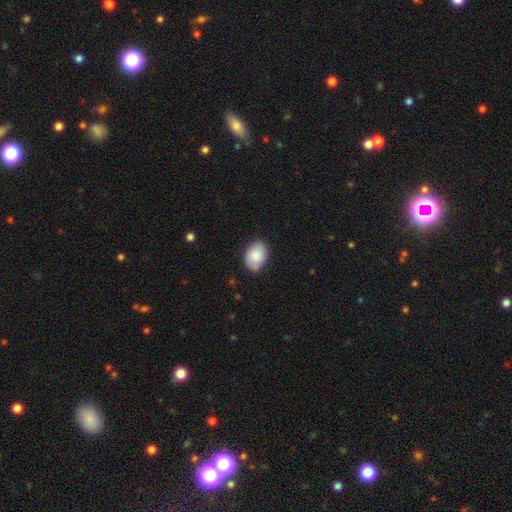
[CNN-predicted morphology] smooth-or-featured: smooth: 82% | featured or disk: 11% | star or artifact: 7%
  how-rounded: in between: 76% | round: 24% | cigar-shaped: 1%
  merging: none: 76% | minor disturbance: 19% | major disturbance: 3% | merger: 2%